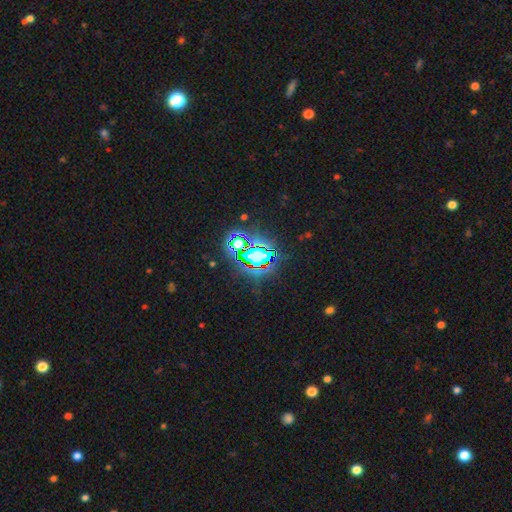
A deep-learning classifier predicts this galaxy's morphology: smooth-or-featured: star or artifact: 75% | smooth: 15% | featured or disk: 11%